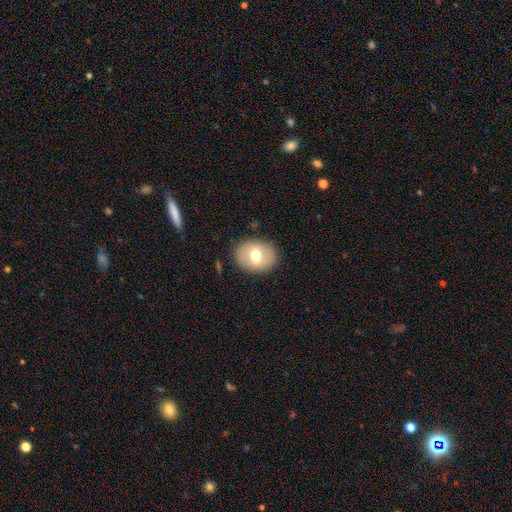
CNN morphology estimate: Overall: smooth (65%; featured or disk 28%). How rounded: in between (50%; round 49%). Merging: none (87%).